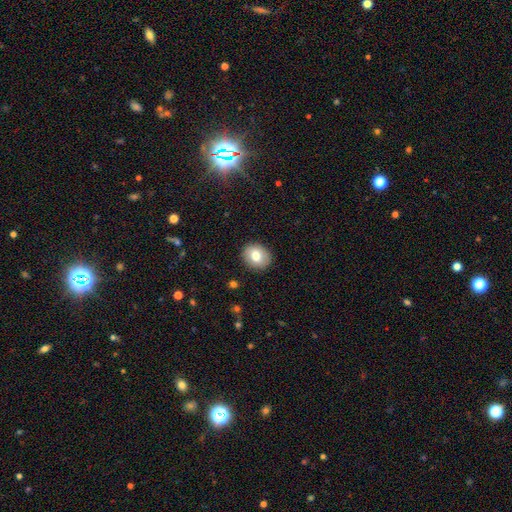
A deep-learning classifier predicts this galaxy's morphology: This is likely a smooth galaxy (77%). How rounded: likely round (63%). Merging: clearly none (89%).